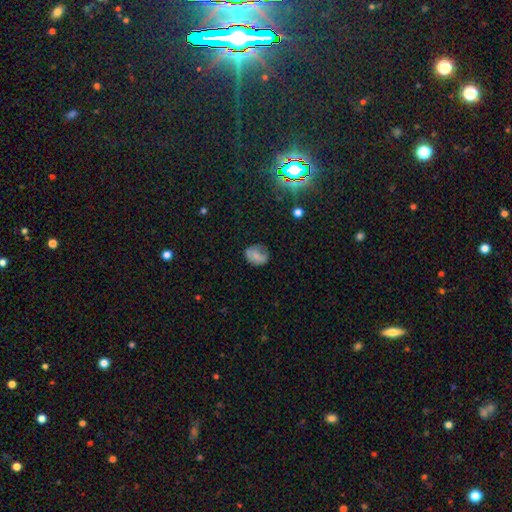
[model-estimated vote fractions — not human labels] Smooth or featured: smooth — 70% (featured or disk — 19%)
How rounded: in between — 50% (round — 48%)
Merging: none — 64% (minor disturbance — 25%)